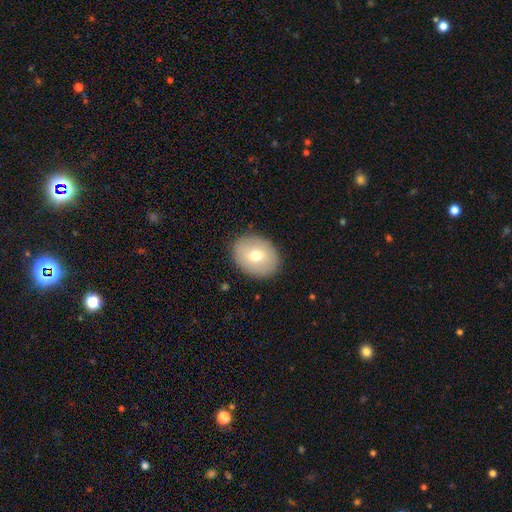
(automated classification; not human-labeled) Smooth or featured? smooth (66%)
How rounded? in between (51%)
Merging? none (88%)